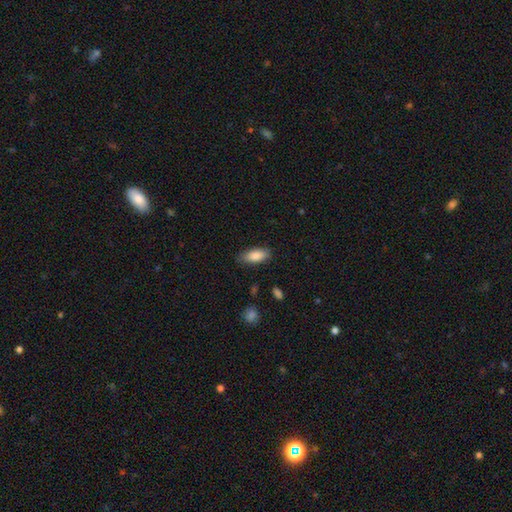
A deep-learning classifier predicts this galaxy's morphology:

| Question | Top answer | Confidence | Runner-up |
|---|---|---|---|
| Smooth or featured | smooth | 86% | featured or disk (7%) |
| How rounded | in between | 83% | cigar-shaped (14%) |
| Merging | none | 80% | minor disturbance (16%) |